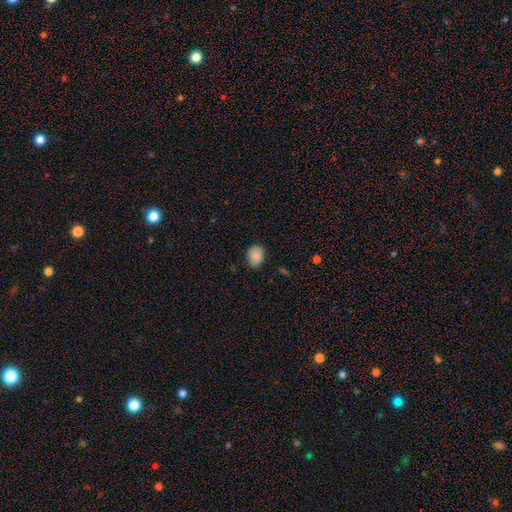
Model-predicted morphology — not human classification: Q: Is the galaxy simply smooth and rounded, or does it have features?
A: smooth — 88%.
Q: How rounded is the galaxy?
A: in between — 69%.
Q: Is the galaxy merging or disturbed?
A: none — 77%.